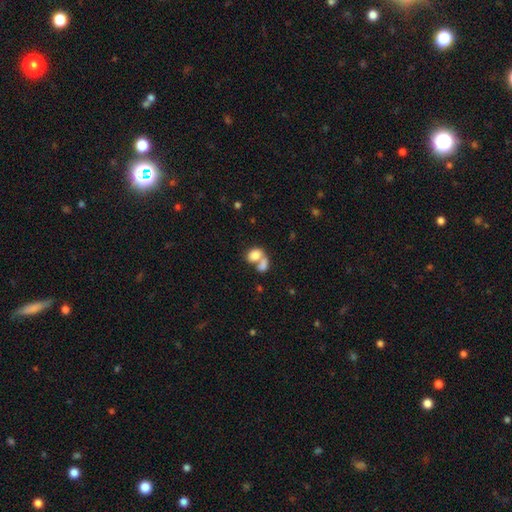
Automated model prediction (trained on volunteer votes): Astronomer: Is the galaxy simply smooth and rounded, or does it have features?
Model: smooth — 79%.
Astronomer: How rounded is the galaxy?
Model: in between — 76%.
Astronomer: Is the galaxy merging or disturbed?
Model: merger — 64%.